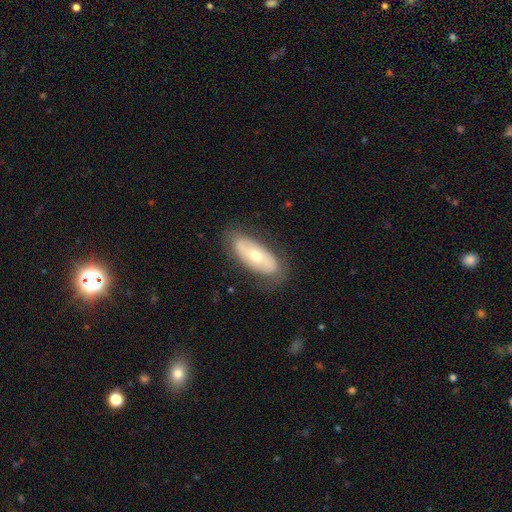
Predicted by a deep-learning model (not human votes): This appears to be a featured or disk galaxy (47%, tied with smooth). Merging: none (78%).